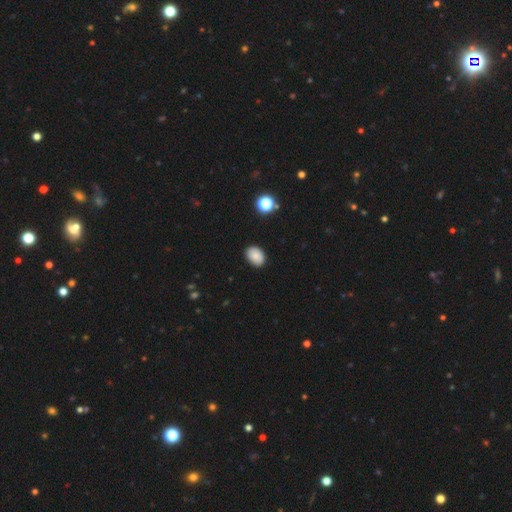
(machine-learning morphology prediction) A smooth galaxy with no disk features (85%) that is in between round and cigar-shaped (79%). Merging: none (87%).